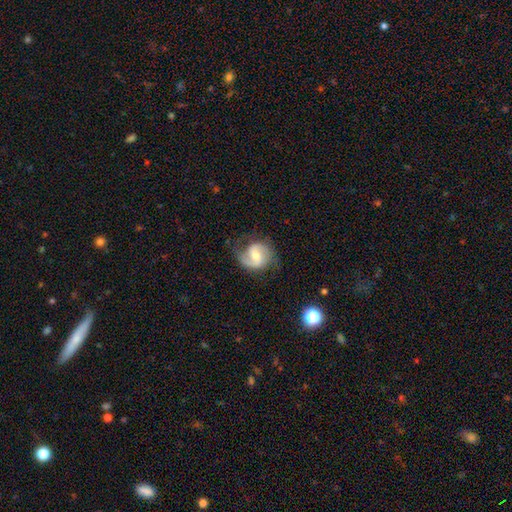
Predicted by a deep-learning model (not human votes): This appears to be a featured or disk galaxy (76%) with a weak bar (52%), 2 (76%) medium (49%) spiral arms (95%) and a moderate central bulge (51%). Merging: none (66%).